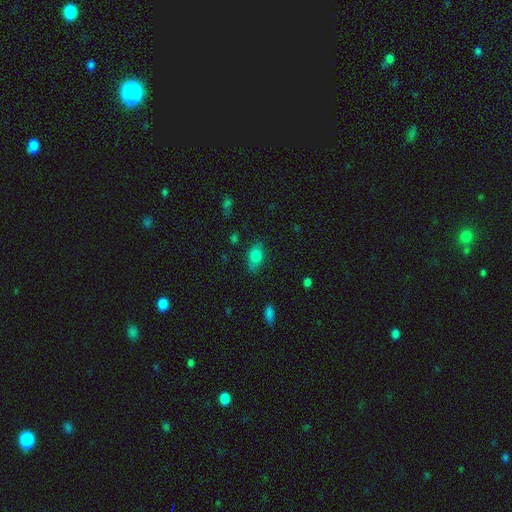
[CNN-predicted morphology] The model was most divided on "merging": none: 80%, minor disturbance: 15%, major disturbance: 4%, merger: 2%. More confident: how rounded — in between (87%); smooth or featured — smooth (80%).